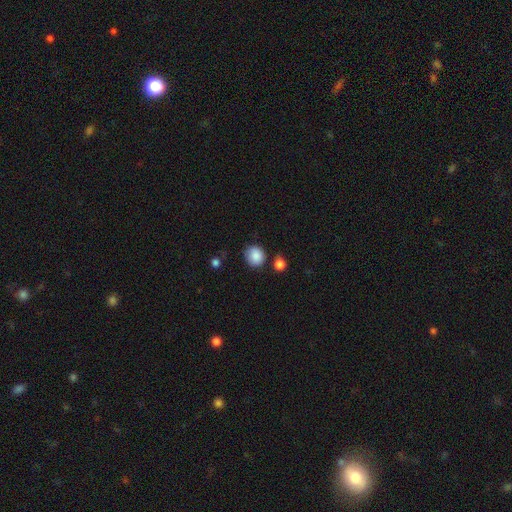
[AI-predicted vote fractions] Overall: smooth (87%). How rounded: round (80%). Merging: none (76%).